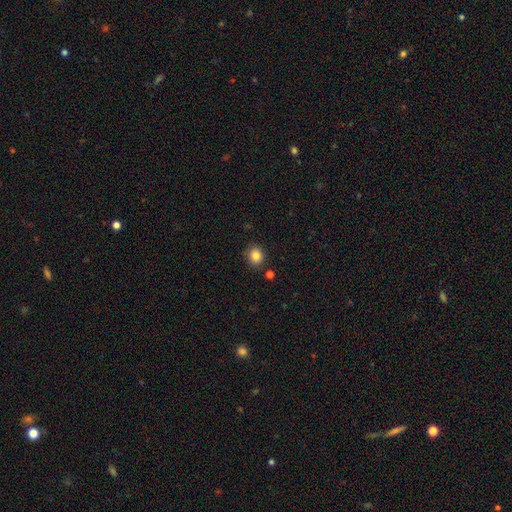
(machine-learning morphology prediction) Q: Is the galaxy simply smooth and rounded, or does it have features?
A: smooth — 84%.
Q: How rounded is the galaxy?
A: round — 69%.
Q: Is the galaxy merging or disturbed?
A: none — 85%.